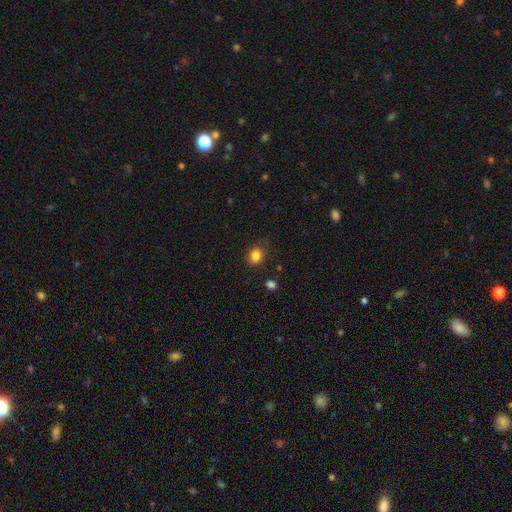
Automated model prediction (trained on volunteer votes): Overall: smooth (84%). How rounded: round (51%; in between 48%). Merging: none (80%).